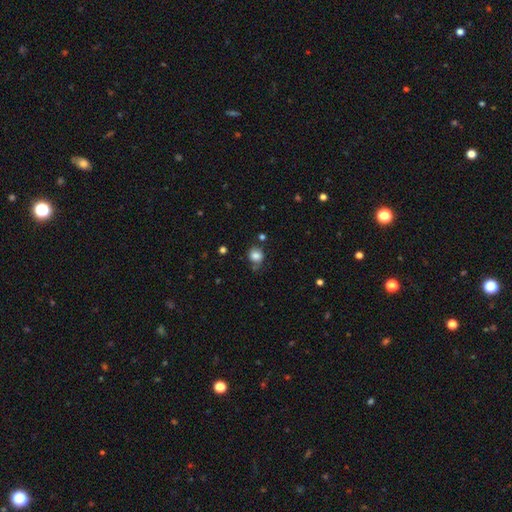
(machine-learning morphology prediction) A smooth galaxy with no disk features (82%) that is round (76%).

Vote fractions:
- Smooth or featured? smooth: 82% / star or artifact: 11% / featured or disk: 8%
- How rounded? round: 76% / in between: 23% / cigar-shaped: 1%
- Merging? none: 63% / minor disturbance: 23% / major disturbance: 7% / merger: 6%